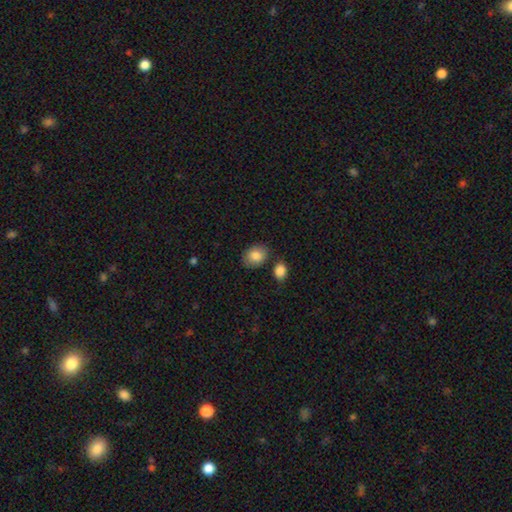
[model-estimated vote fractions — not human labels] This appears to be a smooth galaxy with no disk features (85%) that is in between round and cigar-shaped (63%). Merging: none (76%).